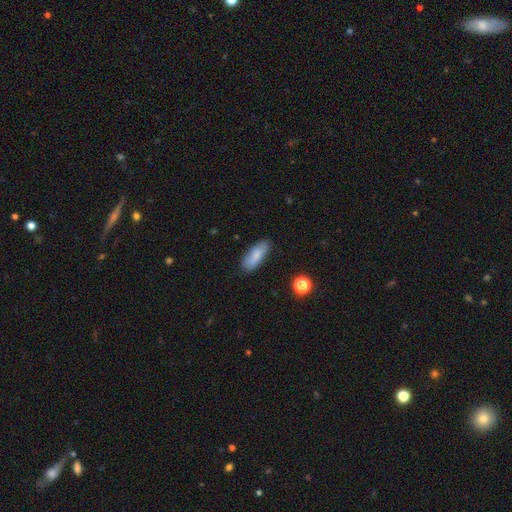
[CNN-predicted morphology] smooth 79%, featured or disk 14%, star or artifact 7%. Down the decision tree: how rounded — in between (72%); merging — none (78%).